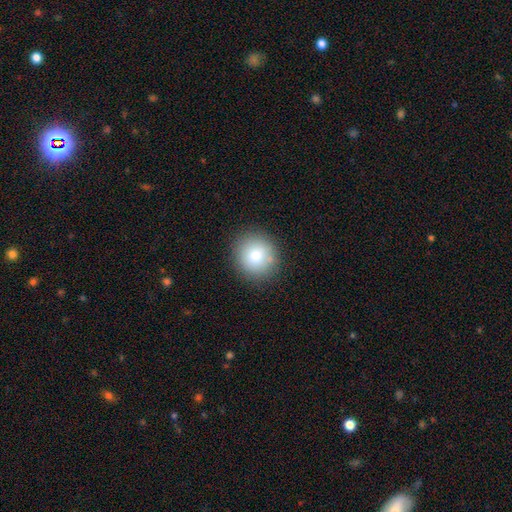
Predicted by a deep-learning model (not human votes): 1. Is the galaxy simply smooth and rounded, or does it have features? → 79% smooth, 11% featured or disk, 10% star or artifact.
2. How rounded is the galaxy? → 89% round, 10% in between, 1% cigar-shaped.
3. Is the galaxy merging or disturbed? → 87% none, 9% minor disturbance, 3% major disturbance, 2% merger.